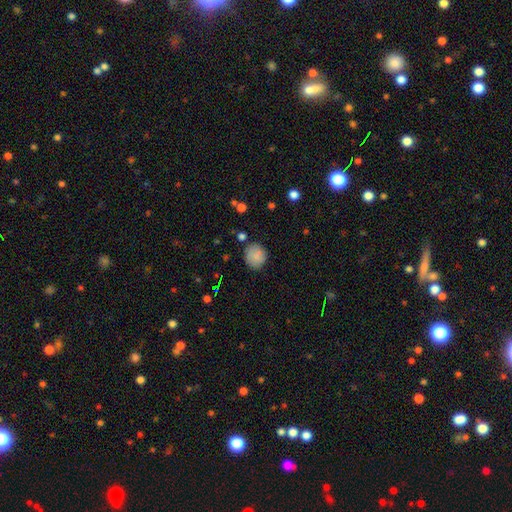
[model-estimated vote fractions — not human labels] smooth-or-featured: smooth: 85% | star or artifact: 8% | featured or disk: 6%
  how-rounded: round: 83% | in between: 16% | cigar-shaped: 1%
  merging: none: 81% | minor disturbance: 14% | major disturbance: 3% | merger: 3%